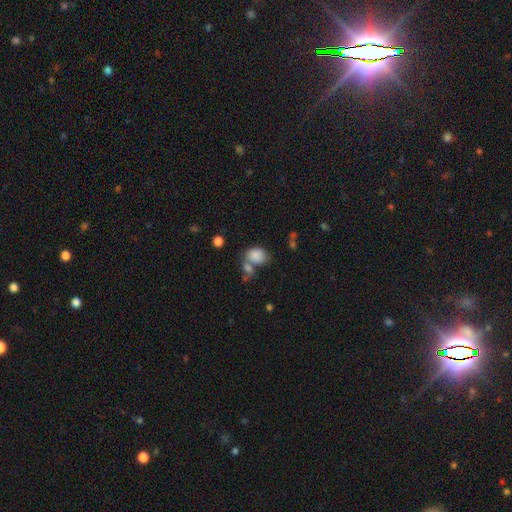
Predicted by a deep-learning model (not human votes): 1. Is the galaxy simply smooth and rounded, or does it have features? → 84% smooth, 9% star or artifact, 8% featured or disk.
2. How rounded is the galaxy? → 66% in between, 33% round, 1% cigar-shaped.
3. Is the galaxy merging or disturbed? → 41% none, 37% merger, 14% minor disturbance, 7% major disturbance.